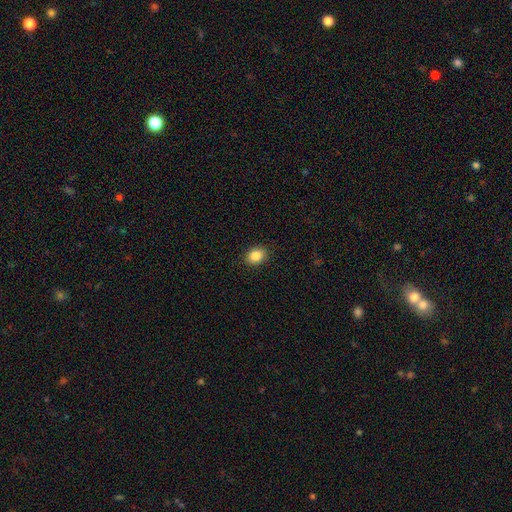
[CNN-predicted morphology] smooth-or-featured: smooth: 86% | star or artifact: 9% | featured or disk: 5%
  how-rounded: in between: 59% | round: 40% | cigar-shaped: 1%
  merging: none: 90% | minor disturbance: 7% | major disturbance: 2% | merger: 1%